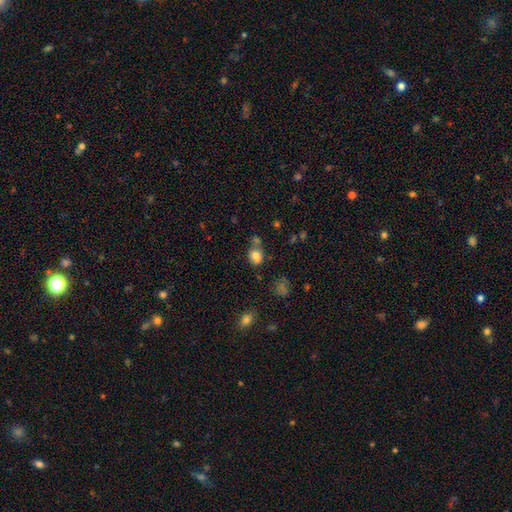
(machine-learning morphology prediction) The model was most divided on "how rounded": round: 50%, in between: 49%, cigar-shaped: 1%. Remaining: smooth or featured — smooth (76%); merging — none (44%).